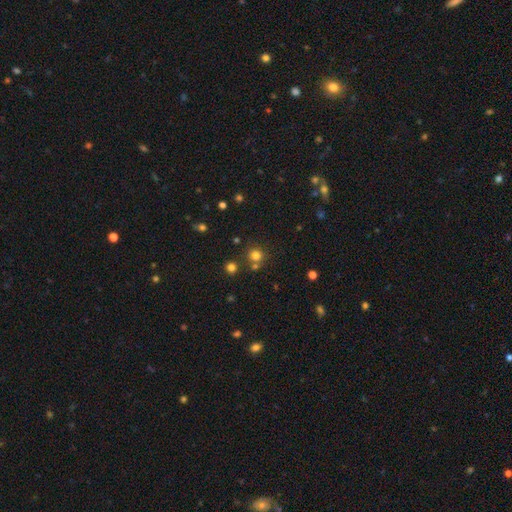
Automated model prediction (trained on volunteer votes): Smooth or featured? smooth (75%)
How rounded? round (89%)
Merging? none (70%)